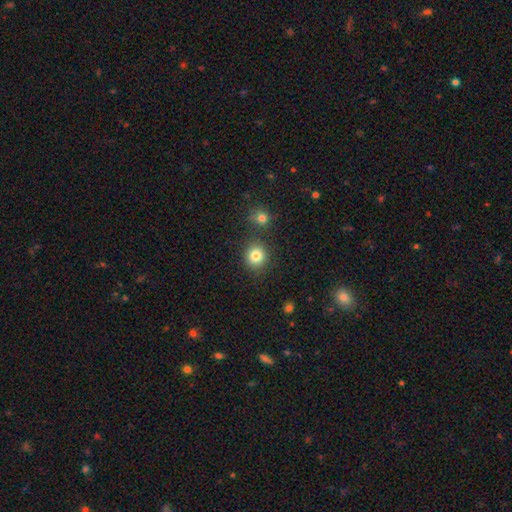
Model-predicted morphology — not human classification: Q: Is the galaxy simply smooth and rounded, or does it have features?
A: smooth — 83%.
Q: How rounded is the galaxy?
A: round — 88%.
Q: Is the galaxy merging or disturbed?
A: none — 83%.